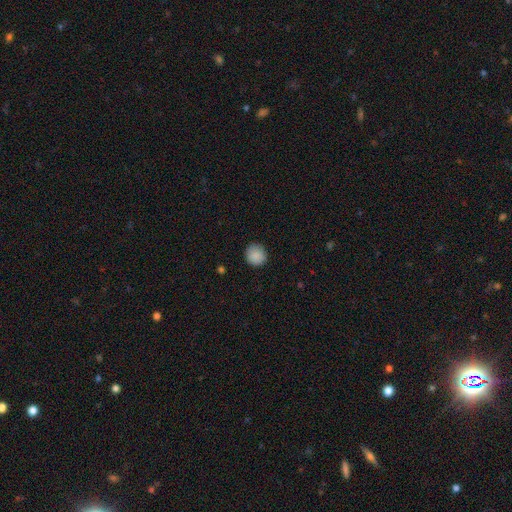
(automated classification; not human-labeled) smooth_or_featured: smooth (p=0.88) [alt: star or artifact p=0.08]
how_rounded: round (p=0.93) [alt: in between p=0.06]
merging: none (p=0.89) [alt: minor disturbance p=0.08]